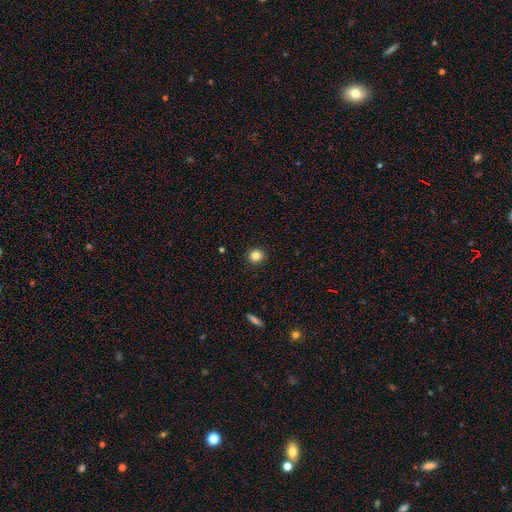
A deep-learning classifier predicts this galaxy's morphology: Smooth or featured? smooth (84%)
How rounded? round (93%)
Merging? none (92%)